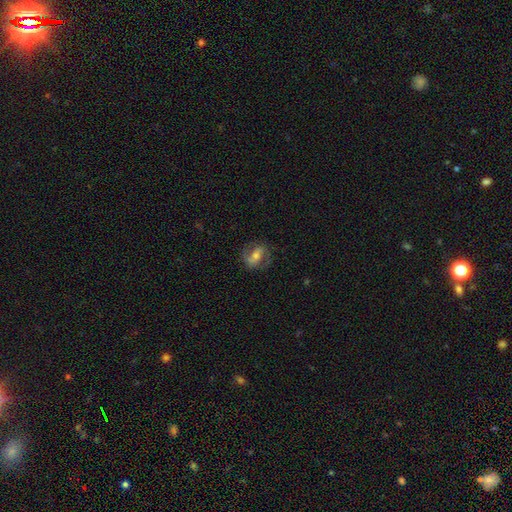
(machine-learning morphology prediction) smooth_or_featured: featured or disk (p=0.68) [alt: smooth p=0.24]
disk_edge_on: no (p=0.96) [alt: yes p=0.04]
bar: weak (p=0.38) [alt: strong p=0.32]
has_spiral_arms: yes (p=0.88) [alt: no p=0.12]
spiral_winding: medium (p=0.48) [alt: loose p=0.26]
spiral_arm_count: 2 (p=0.87) [alt: can't tell p=0.07]
bulge_size: moderate (p=0.56) [alt: small p=0.34]
merging: none (p=0.76) [alt: minor disturbance p=0.15]